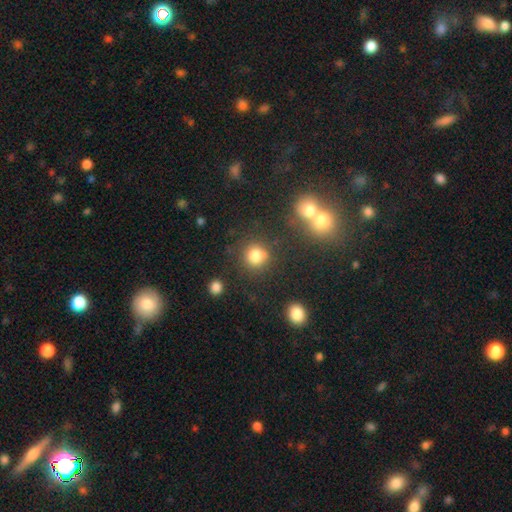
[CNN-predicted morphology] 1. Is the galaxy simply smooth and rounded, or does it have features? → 81% smooth, 13% star or artifact, 6% featured or disk.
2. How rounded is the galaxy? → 88% round, 11% in between, 1% cigar-shaped.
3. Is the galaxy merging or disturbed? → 77% none, 11% minor disturbance, 8% merger, 5% major disturbance.